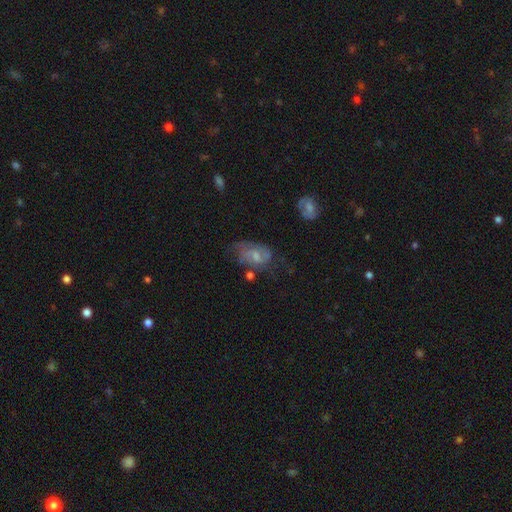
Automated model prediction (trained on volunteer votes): The model was most divided on "bulge size": moderate: 39%, small: 37%, none: 18%, large: 5%, dominant: 1%. Remaining: edge-on disk — no (95%); spiral arms — yes (65%); smooth or featured — featured or disk (55%); bar — no (53%); merging — none (40%).